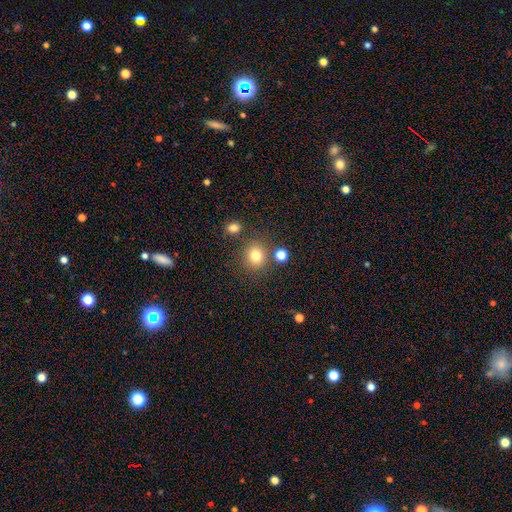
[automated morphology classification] Overall: smooth (78%). How rounded: round (81%). Merging: none (78%).